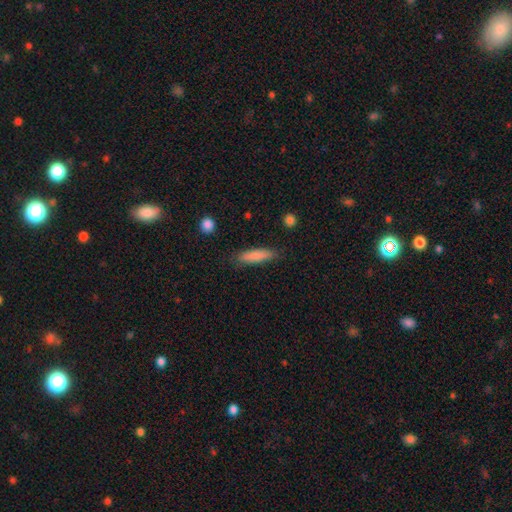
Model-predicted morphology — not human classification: smooth 83%, featured or disk 10%, star or artifact 7%. Down the decision tree: how rounded — cigar-shaped (74%); merging — none (83%).